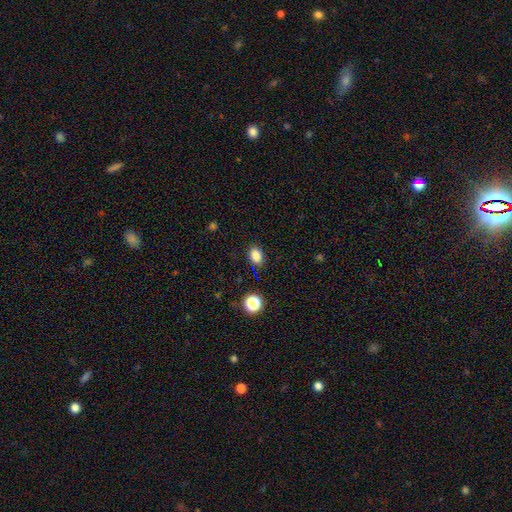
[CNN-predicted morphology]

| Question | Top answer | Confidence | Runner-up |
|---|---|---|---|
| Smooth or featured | smooth | 85% | star or artifact (11%) |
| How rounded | in between | 71% | round (28%) |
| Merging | none | 86% | minor disturbance (10%) |